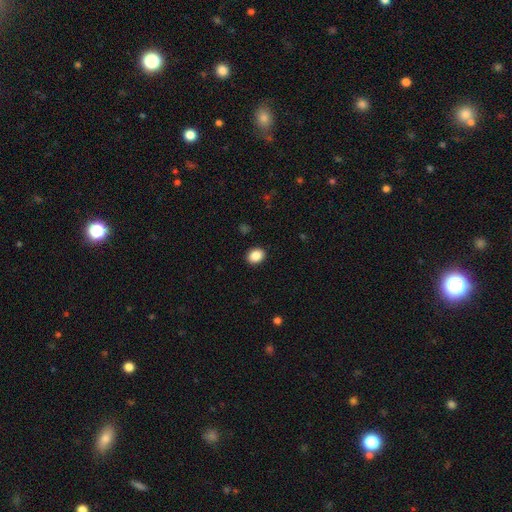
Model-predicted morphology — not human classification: A smooth galaxy with no disk features (87%) that is round (50%).

Vote fractions:
- Smooth or featured? smooth: 87% / star or artifact: 9% / featured or disk: 4%
- How rounded? round: 50% / in between: 49% / cigar-shaped: 1%
- Merging? none: 91% / minor disturbance: 6% / major disturbance: 2% / merger: 1%